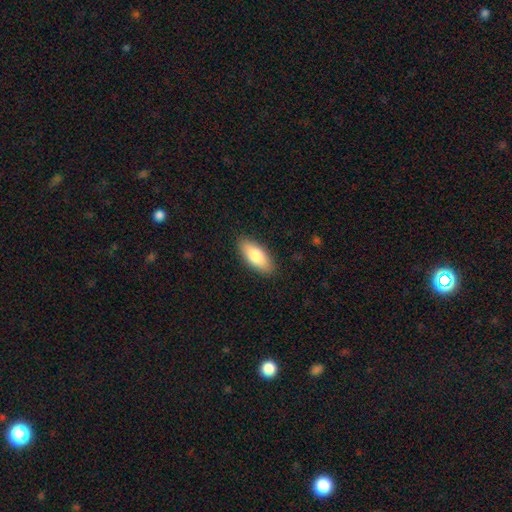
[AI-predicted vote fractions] Smooth or featured? smooth (82%)
How rounded? in between (83%)
Merging? none (88%)